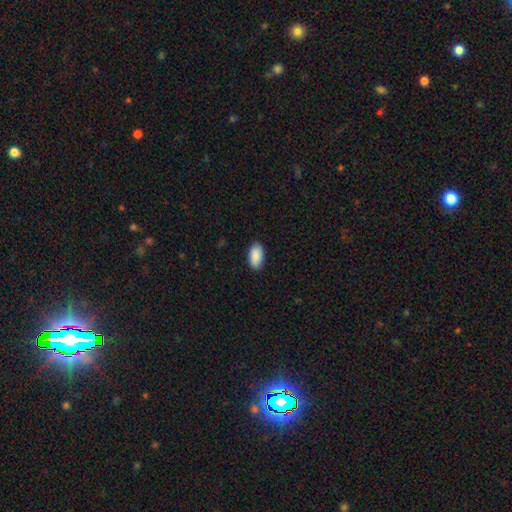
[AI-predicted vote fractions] Morphology: type=smooth (90%); roundness=in between (94%); merging=none (87%).